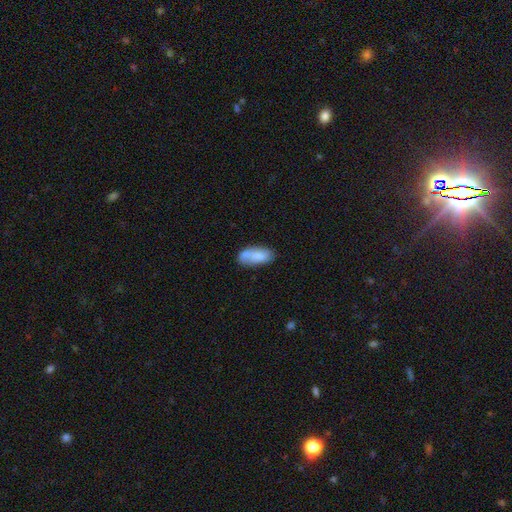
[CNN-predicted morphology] This is likely a smooth galaxy (74%). How rounded: clearly in between (88%). Merging: possibly none (48%).